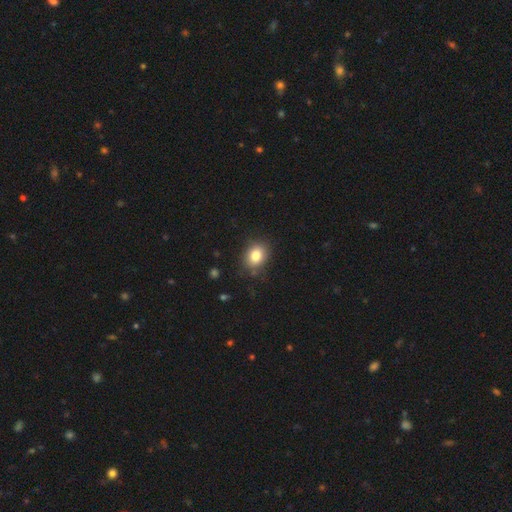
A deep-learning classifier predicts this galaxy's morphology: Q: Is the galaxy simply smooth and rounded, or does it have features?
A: smooth — 82%.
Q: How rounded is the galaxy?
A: in between — 51%.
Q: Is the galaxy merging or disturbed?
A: none — 83%.